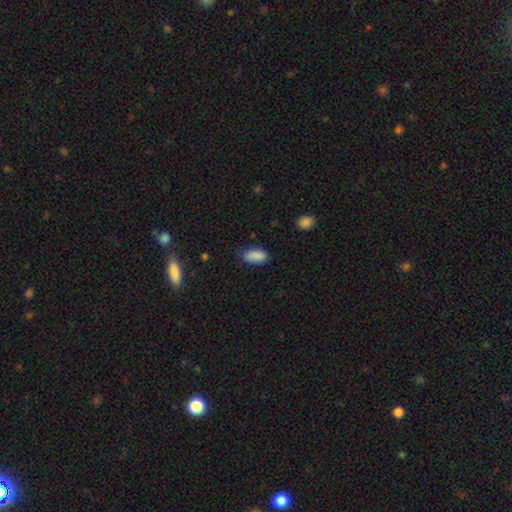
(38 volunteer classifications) This is clearly a smooth galaxy (89%). How rounded: clearly in between (94%). Merging: likely none (78%).